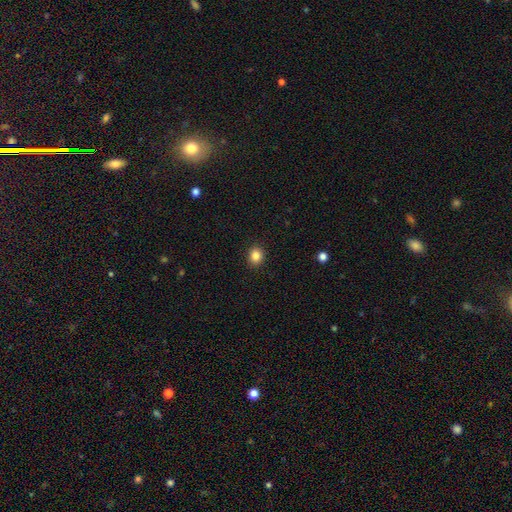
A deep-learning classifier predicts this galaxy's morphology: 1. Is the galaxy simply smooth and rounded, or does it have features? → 85% smooth, 10% star or artifact, 4% featured or disk.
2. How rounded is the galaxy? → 67% round, 33% in between, 1% cigar-shaped.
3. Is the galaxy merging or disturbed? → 91% none, 6% minor disturbance, 2% major disturbance, 1% merger.